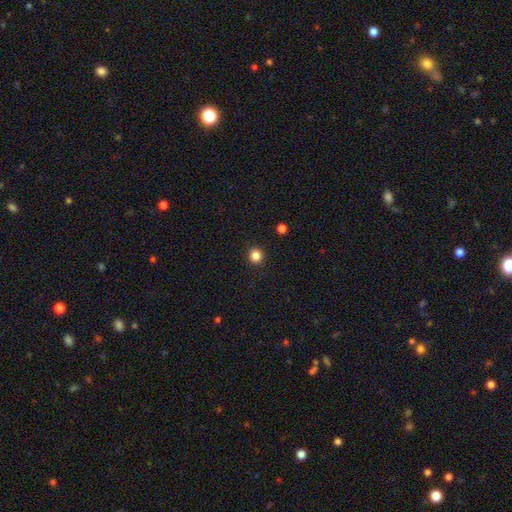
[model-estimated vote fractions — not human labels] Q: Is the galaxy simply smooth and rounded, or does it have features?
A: smooth — 84%.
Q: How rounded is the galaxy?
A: round — 94%.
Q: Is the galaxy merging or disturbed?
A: none — 93%.